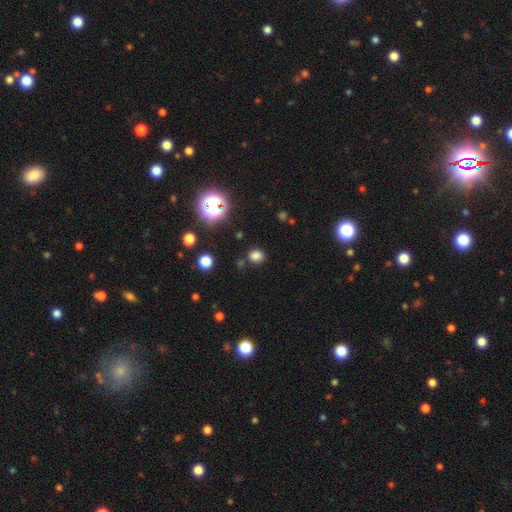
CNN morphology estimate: Smooth or featured? smooth (74%)
How rounded? round (68%)
Merging? none (82%)